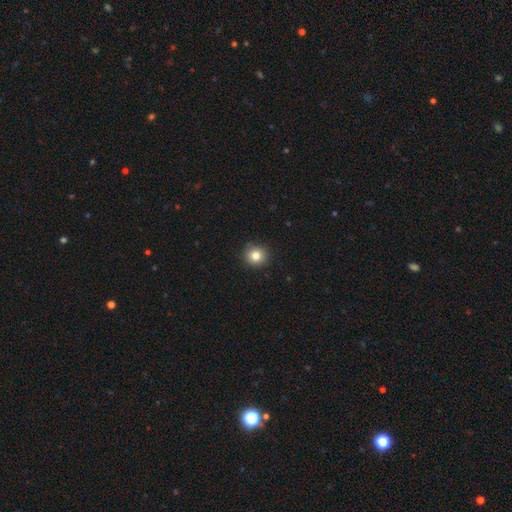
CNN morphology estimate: A smooth galaxy with no disk features (81%) that is round (93%).

Vote fractions:
- Smooth or featured? smooth: 81% / star or artifact: 11% / featured or disk: 7%
- How rounded? round: 93% / in between: 6% / cigar-shaped: 1%
- Merging? none: 91% / minor disturbance: 6% / major disturbance: 2% / merger: 1%